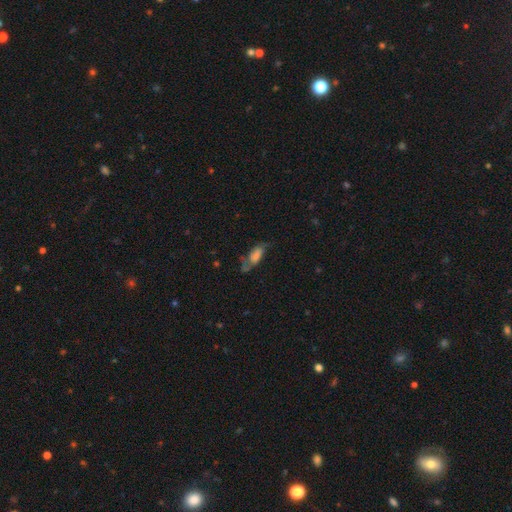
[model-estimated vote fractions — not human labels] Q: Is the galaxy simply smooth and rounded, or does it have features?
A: smooth — 48%.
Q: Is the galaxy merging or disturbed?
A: none — 47%.